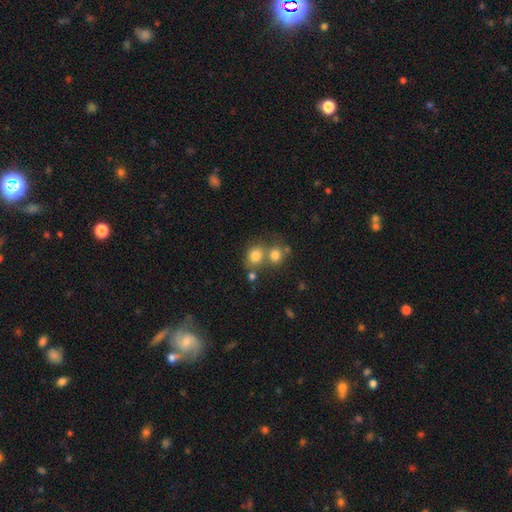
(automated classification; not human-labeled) The model was most divided on "merging": none: 46%, merger: 40%, minor disturbance: 9%, major disturbance: 4%. More confident: smooth or featured — smooth (77%); how rounded — round (74%).